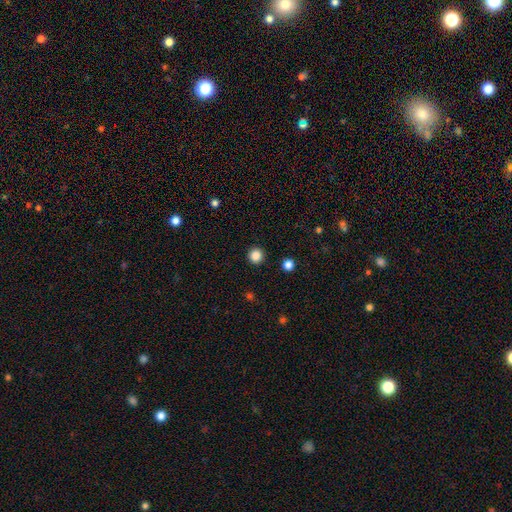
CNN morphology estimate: Overall: smooth (85%). How rounded: round (95%). Merging: none (93%).